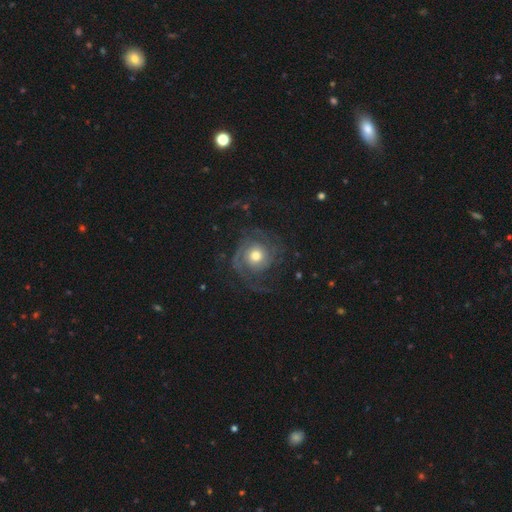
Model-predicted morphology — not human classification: Q: Smooth or featured?
A: featured or disk (80%); runner-up: smooth (14%)
Q: Edge-on disk?
A: no (98%); runner-up: yes (2%)
Q: Bar?
A: no (80%); runner-up: weak (17%)
Q: Spiral arms?
A: yes (94%); runner-up: no (6%)
Q: Spiral winding?
A: tight (49%); runner-up: medium (35%)
Q: Spiral arm count?
A: 2 (36%); runner-up: can't tell (21%)
Q: Bulge size?
A: moderate (69%); runner-up: large (20%)
Q: Merging?
A: none (66%); runner-up: major disturbance (18%)